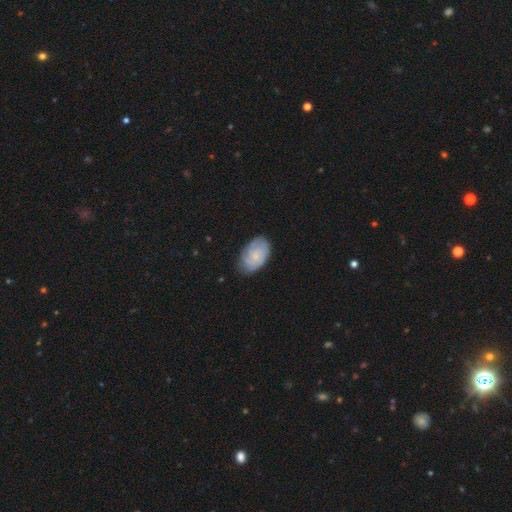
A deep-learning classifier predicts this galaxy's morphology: The model was most divided on "spiral arm count": can't tell: 44%, 2: 23%, 3: 17%, 4: 7%, 1: 5%, more than 4: 4%. More confident: edge-on disk — no (97%); spiral arms — yes (88%); bar — no (76%); merging — none (71%); spiral winding — tight (64%); bulge size — small (63%); smooth or featured — featured or disk (59%).